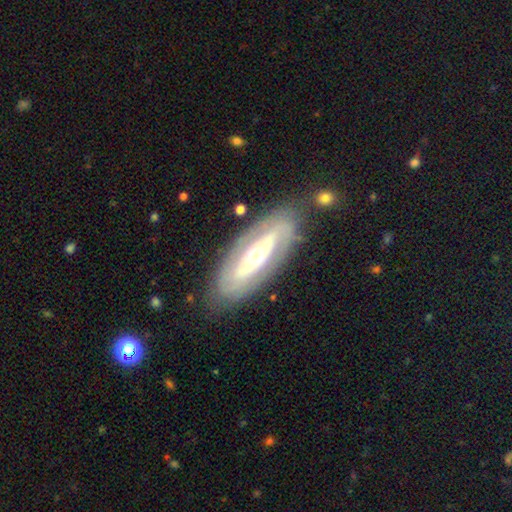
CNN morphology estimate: This is likely a featured or disk galaxy (73%). It is clearly not viewed edge-on (83%). Bar: possibly no (59%). Spiral arm pattern: possibly yes (50%, tied with no). Central bulge: likely moderate (64%). Merging: likely none (80%).